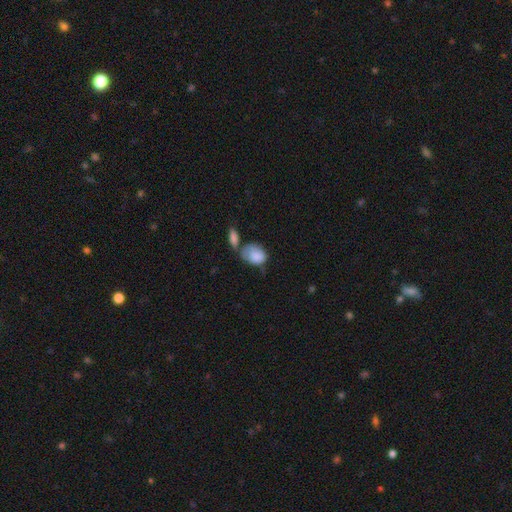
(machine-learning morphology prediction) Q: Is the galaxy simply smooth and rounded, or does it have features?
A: smooth — 83%.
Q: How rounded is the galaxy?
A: in between — 70%.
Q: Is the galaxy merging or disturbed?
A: none — 30%.